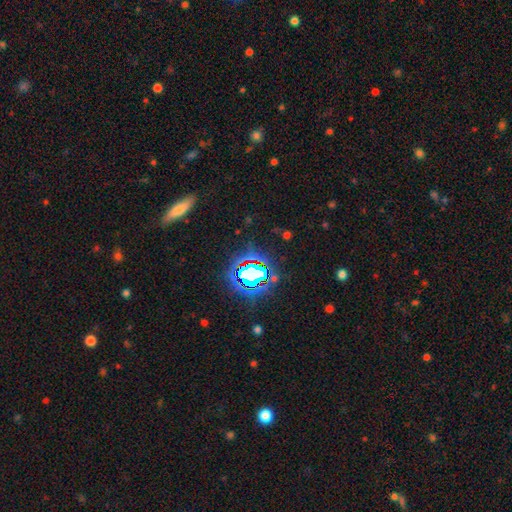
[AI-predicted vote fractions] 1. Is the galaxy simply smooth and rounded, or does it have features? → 75% star or artifact, 15% smooth, 10% featured or disk.